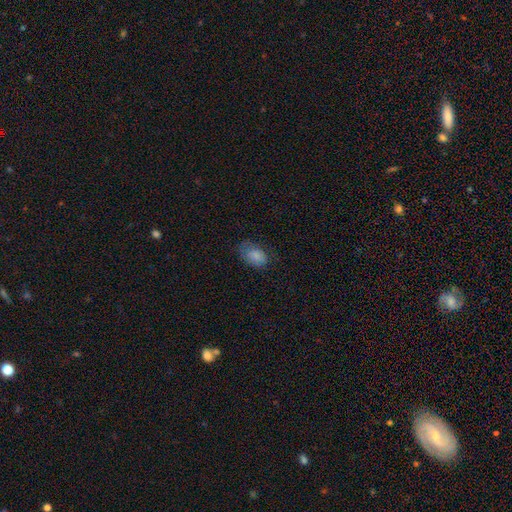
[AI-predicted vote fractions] Smooth or featured? smooth (84%)
How rounded? in between (88%)
Merging? none (60%)